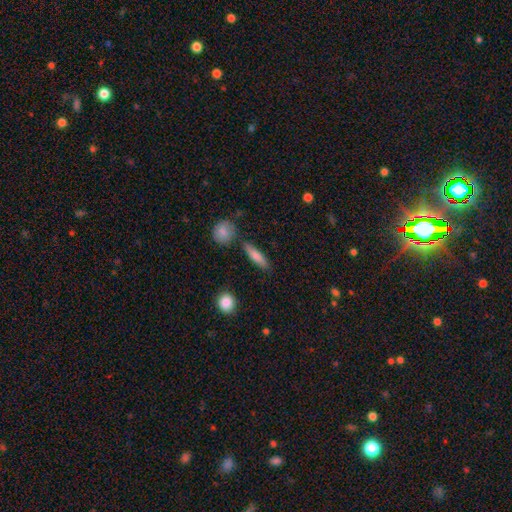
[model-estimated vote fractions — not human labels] A smooth galaxy with no disk features (68%) that is cigar-shaped (71%). Merging: none (84%).